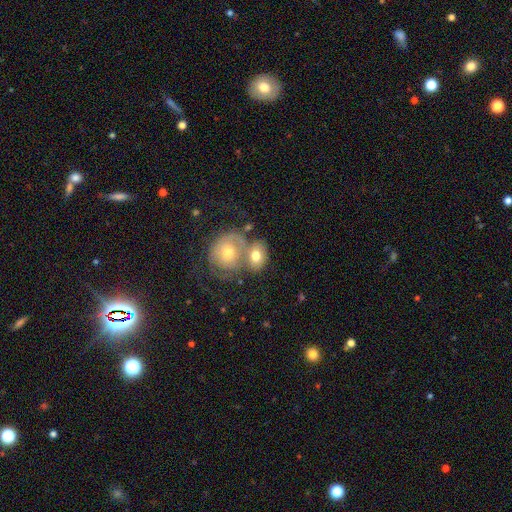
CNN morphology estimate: A smooth galaxy with no disk features (60%) that is in between round and cigar-shaped (53%).

Vote fractions:
- Smooth or featured? smooth: 60% / featured or disk: 32% / star or artifact: 8%
- How rounded? in between: 53% / round: 45% / cigar-shaped: 1%
- Merging? merger: 54% / none: 28% / minor disturbance: 11% / major disturbance: 7%